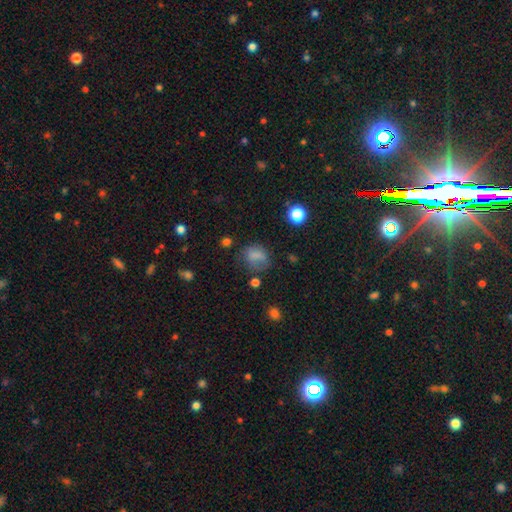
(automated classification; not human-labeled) The model was most divided on "how rounded": round: 55%, in between: 43%, cigar-shaped: 1%. More confident: smooth or featured — smooth (73%); merging — none (52%).